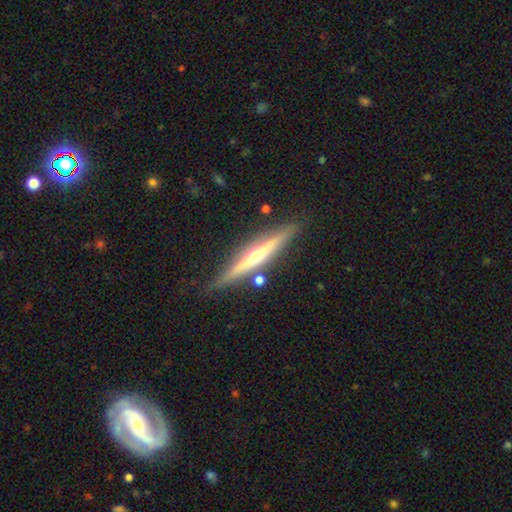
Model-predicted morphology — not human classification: Smooth or featured? featured or disk (78%)
Edge-on disk? yes (97%)
Edge-on bulge? rounded (86%)
Merging? none (86%)